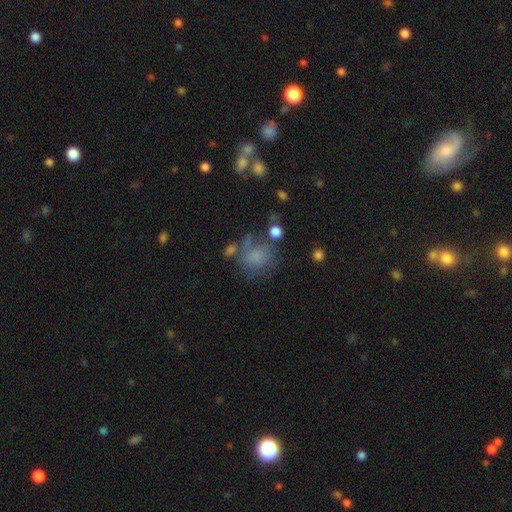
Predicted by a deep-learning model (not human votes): The model was most divided on "merging": none: 45%, minor disturbance: 22%, major disturbance: 20%, merger: 12%. More confident: how rounded — round (68%); smooth or featured — smooth (68%).